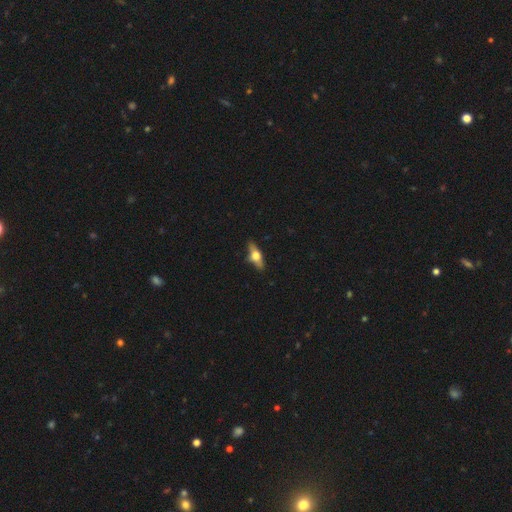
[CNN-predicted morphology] Smooth or featured: featured or disk — 59% (smooth — 34%)
Edge-on disk: yes — 91% (no — 9%)
Edge-on bulge: rounded — 94% (boxy — 4%)
Merging: none — 83% (minor disturbance — 13%)